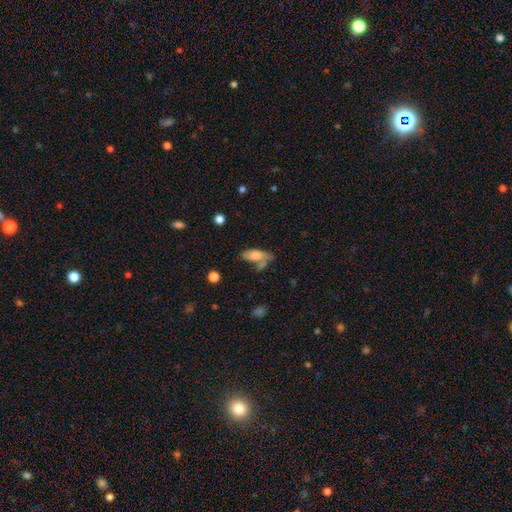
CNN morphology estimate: This appears to be a smooth galaxy with no disk features (65%) that is in between round and cigar-shaped (79%). Merging: none (39%).